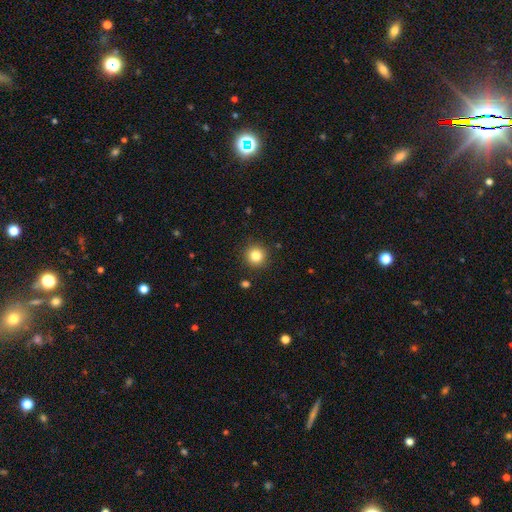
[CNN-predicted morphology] Smooth or featured: smooth — 83% (star or artifact — 11%)
How rounded: round — 94% (in between — 5%)
Merging: none — 90% (minor disturbance — 6%)